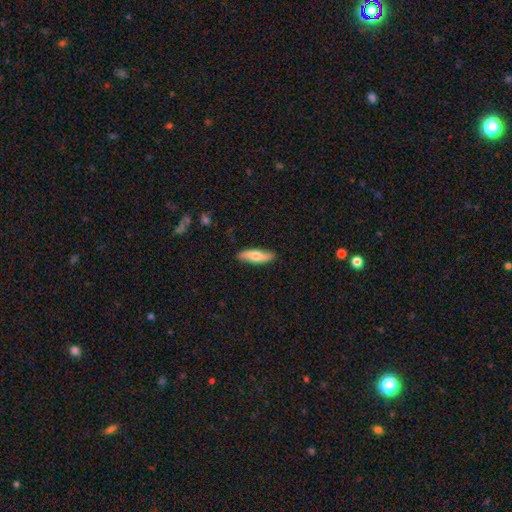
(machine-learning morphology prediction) smooth_or_featured: smooth (p=0.61) [alt: featured or disk p=0.34]
how_rounded: cigar-shaped (p=0.67) [alt: in between p=0.31]
merging: none (p=0.86) [alt: minor disturbance p=0.11]